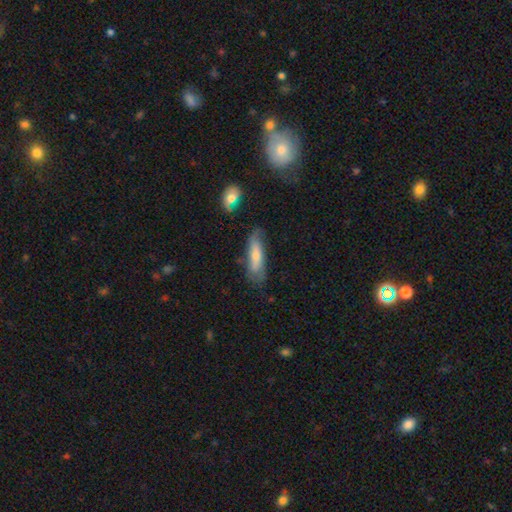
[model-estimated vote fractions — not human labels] Smooth or featured: smooth — 58% (featured or disk — 35%)
How rounded: cigar-shaped — 63% (in between — 35%)
Merging: none — 67% (minor disturbance — 23%)